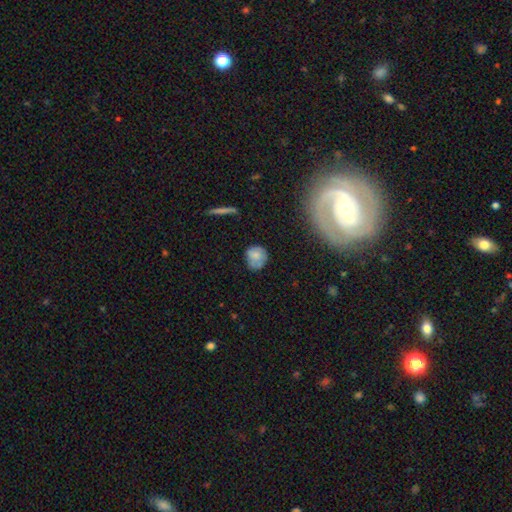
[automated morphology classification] A smooth galaxy with no disk features (72%) that is round (73%). Merging: none (58%).